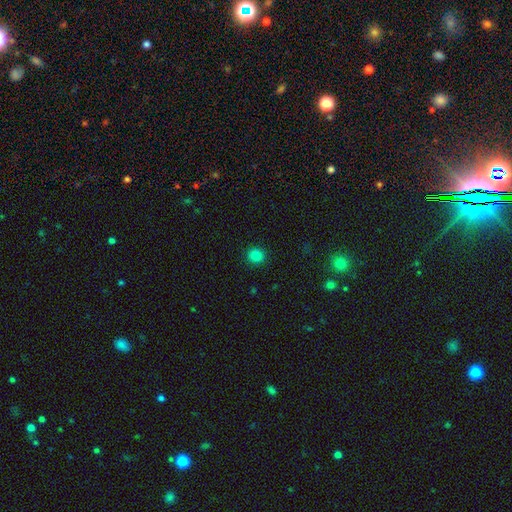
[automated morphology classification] This is clearly a smooth galaxy (83%). How rounded: clearly round (90%). Merging: clearly none (92%).